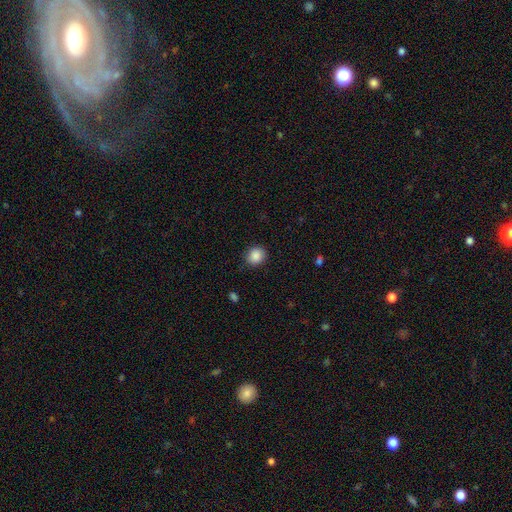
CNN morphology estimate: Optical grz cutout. It shows a smooth galaxy with no disk features (88%) that is round (78%). Merging: none (86%).